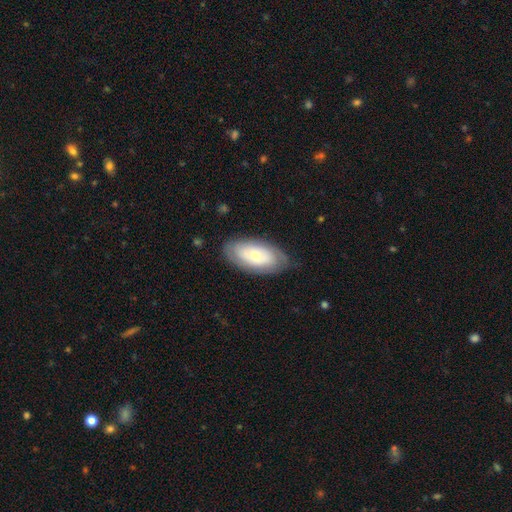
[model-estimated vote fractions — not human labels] Smooth or featured?
  - featured or disk: 47% * (tied)
  - smooth: 47% * (tied)
  - star or artifact: 6%
Merging?
  - none: 79% *
  - minor disturbance: 16%
  - major disturbance: 4%
  - merger: 1%